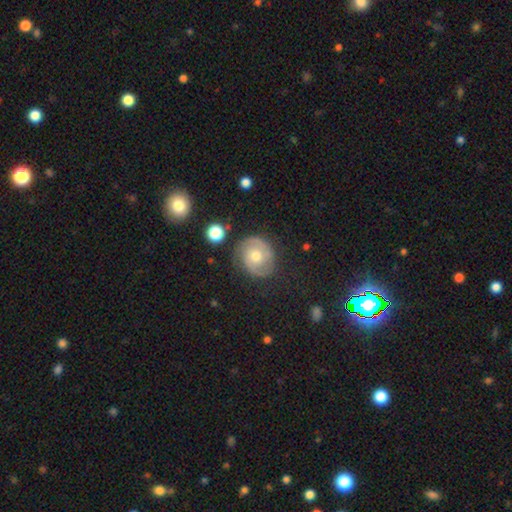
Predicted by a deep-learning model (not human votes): This appears to be a featured or disk galaxy (66%) with no bar (72%), 2 (78%) tight (50%) spiral arms (84%) and a moderate central bulge (68%). Merging: none (77%).